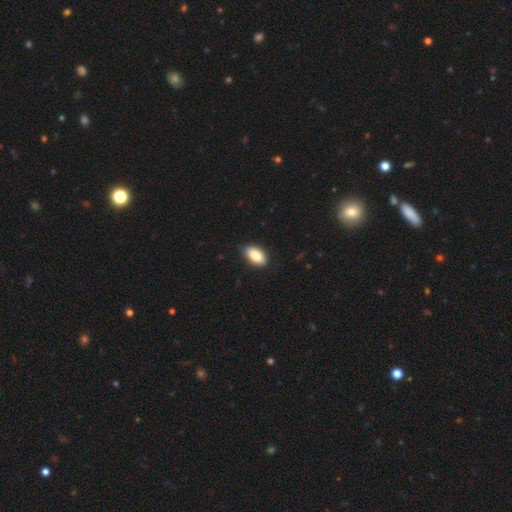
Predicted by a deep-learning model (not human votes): Q: Smooth or featured?
A: smooth (87%); runner-up: star or artifact (7%)
Q: How rounded?
A: in between (93%); runner-up: round (4%)
Q: Merging?
A: none (84%); runner-up: minor disturbance (13%)